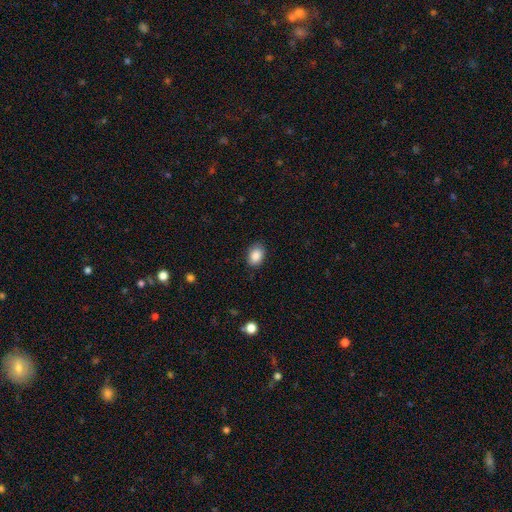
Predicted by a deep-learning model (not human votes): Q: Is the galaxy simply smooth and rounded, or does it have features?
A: smooth — 87%.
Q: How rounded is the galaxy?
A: in between — 77%.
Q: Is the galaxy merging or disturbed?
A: none — 84%.